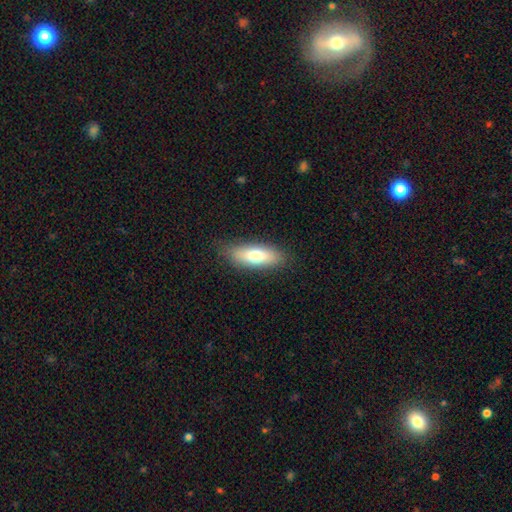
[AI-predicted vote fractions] The model was most divided on "how rounded": in between: 65%, cigar-shaped: 32%, round: 3%. More confident: merging — none (84%); smooth or featured — smooth (69%).